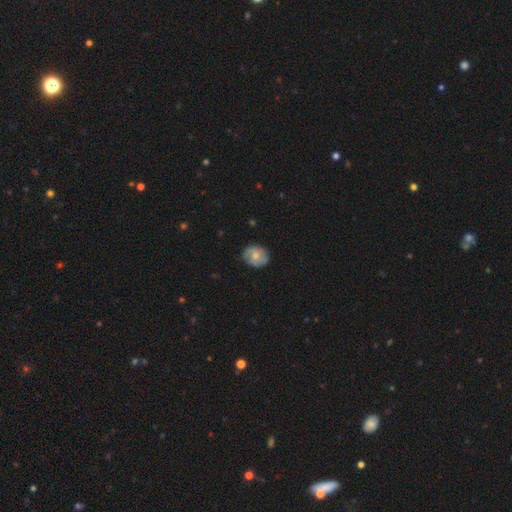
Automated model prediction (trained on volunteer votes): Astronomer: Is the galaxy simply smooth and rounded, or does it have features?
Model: smooth — 50% (runner-up: featured or disk, 43%).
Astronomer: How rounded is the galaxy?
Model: round — 62%.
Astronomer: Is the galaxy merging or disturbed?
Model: none — 76%.